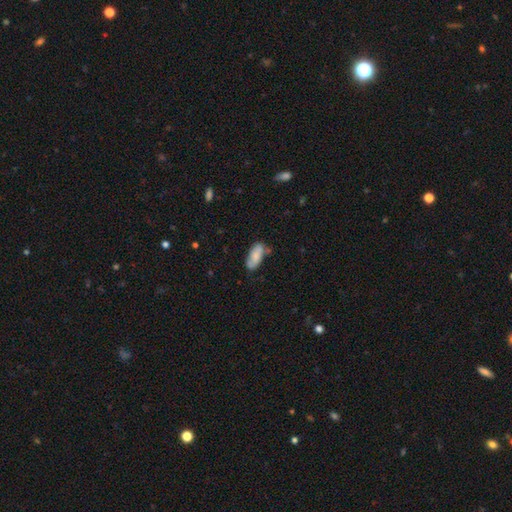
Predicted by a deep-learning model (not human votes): smooth-or-featured: smooth: 79% | featured or disk: 15% | star or artifact: 6%
  how-rounded: in between: 85% | cigar-shaped: 13% | round: 2%
  merging: none: 66% | minor disturbance: 23% | merger: 7% | major disturbance: 5%